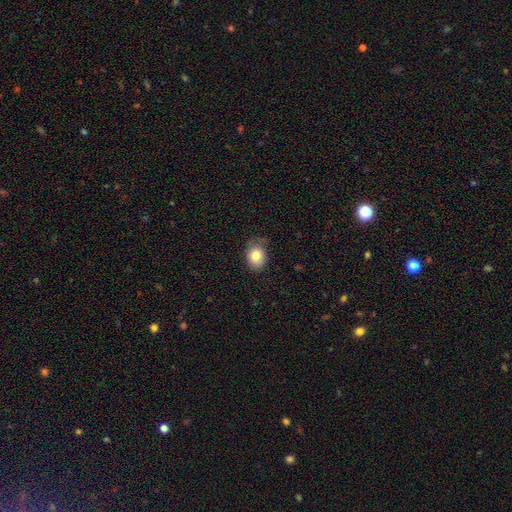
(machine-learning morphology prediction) Smooth or featured?
  - smooth: 81% *
  - featured or disk: 10%
  - star or artifact: 9%
How rounded?
  - in between: 57% *
  - round: 42%
  - cigar-shaped: 1%
Merging?
  - none: 68% *
  - minor disturbance: 25%
  - major disturbance: 6%
  - merger: 1%